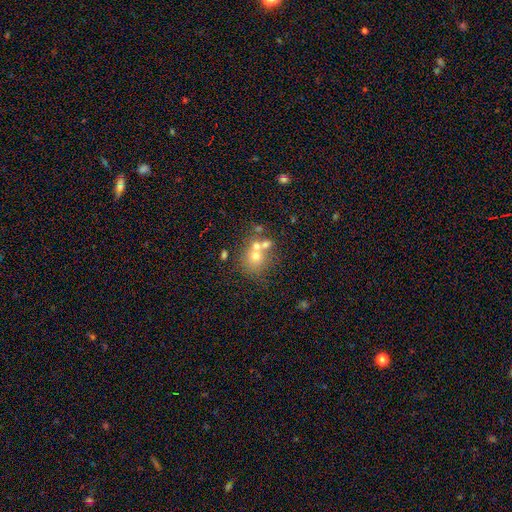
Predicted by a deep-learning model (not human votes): smooth-or-featured: smooth: 57% | featured or disk: 24% | star or artifact: 19%
  how-rounded: round: 81% | in between: 18% | cigar-shaped: 1%
  merging: none: 45% | merger: 41% | minor disturbance: 9% | major disturbance: 5%